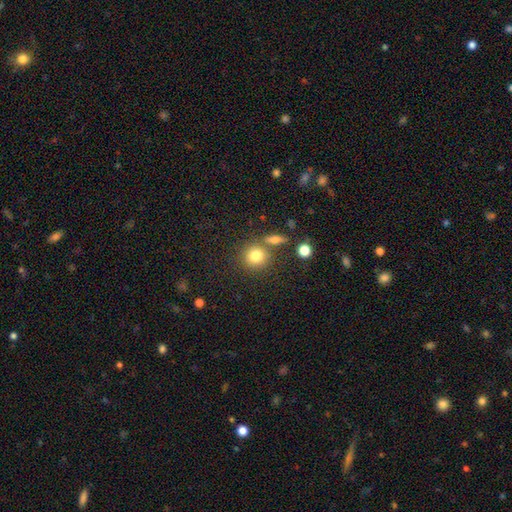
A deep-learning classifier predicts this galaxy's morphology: type=smooth (81%); roundness=round (86%); merging=none (70%).